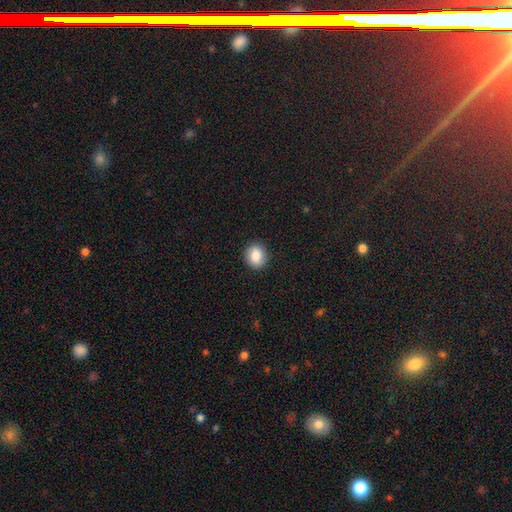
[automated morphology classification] Smooth or featured?
  - smooth: 83% *
  - star or artifact: 9%
  - featured or disk: 8%
How rounded?
  - round: 74% *
  - in between: 25%
  - cigar-shaped: 1%
Merging?
  - none: 90% *
  - minor disturbance: 7%
  - major disturbance: 2%
  - merger: 1%